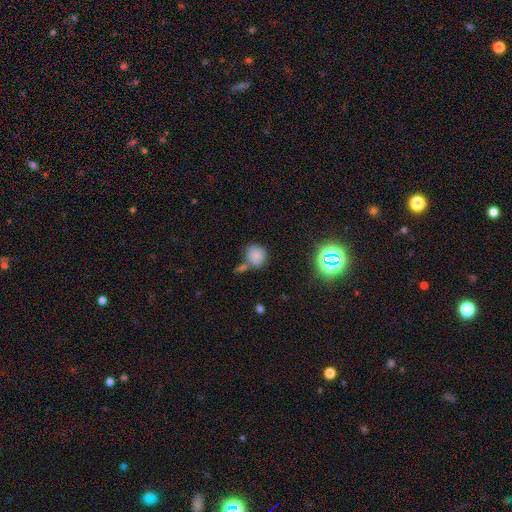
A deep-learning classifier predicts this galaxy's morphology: Overall: smooth (78%). How rounded: round (77%). Merging: none (48%; merger 30%).